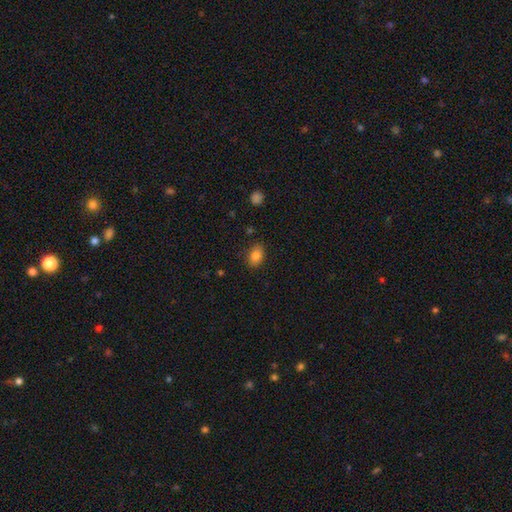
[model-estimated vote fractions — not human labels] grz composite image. It shows a smooth galaxy with no disk features (84%) that is in between round and cigar-shaped (80%). Merging: none (82%).